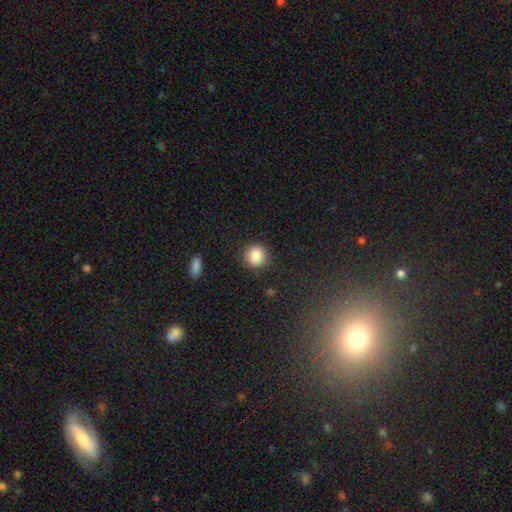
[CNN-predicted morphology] A smooth galaxy with no disk features (87%) that is round (91%).

Vote fractions:
- Smooth or featured? smooth: 87% / star or artifact: 9% / featured or disk: 4%
- How rounded? round: 91% / in between: 8% / cigar-shaped: 1%
- Merging? none: 89% / minor disturbance: 8% / major disturbance: 3% / merger: 1%